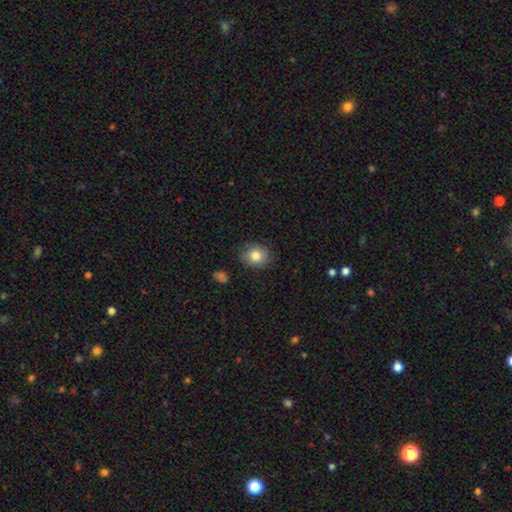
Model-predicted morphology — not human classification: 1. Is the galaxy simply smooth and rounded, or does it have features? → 82% smooth, 9% star or artifact, 9% featured or disk.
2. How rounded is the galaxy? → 61% round, 38% in between, 1% cigar-shaped.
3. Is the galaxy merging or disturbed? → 85% none, 11% minor disturbance, 3% major disturbance, 1% merger.